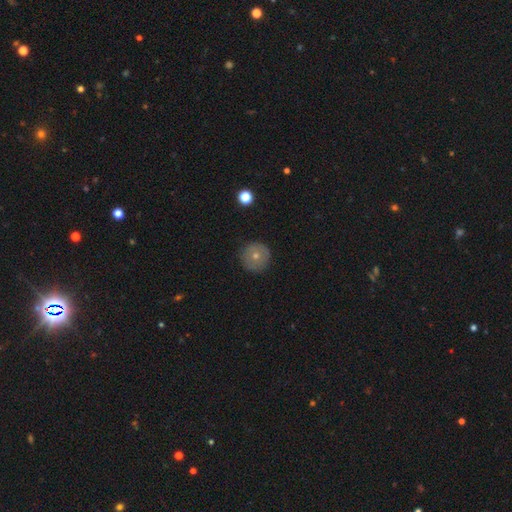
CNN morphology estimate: The model was most divided on "smooth or featured": smooth: 66%, featured or disk: 25%, star or artifact: 9%. More confident: how rounded — round (96%); merging — none (89%).